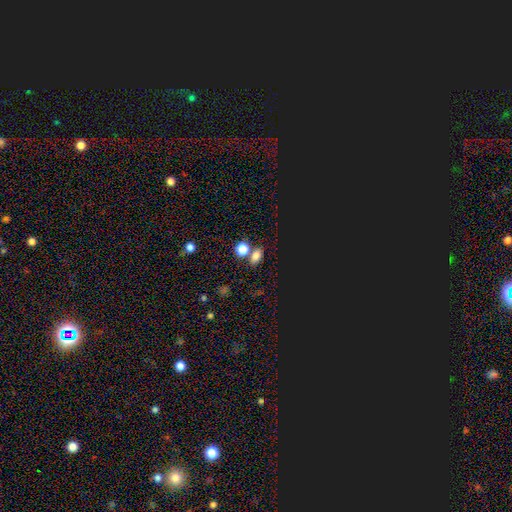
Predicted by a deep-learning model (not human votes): Overall: smooth (68%). How rounded: in between (68%; round 30%). Merging: none (64%).